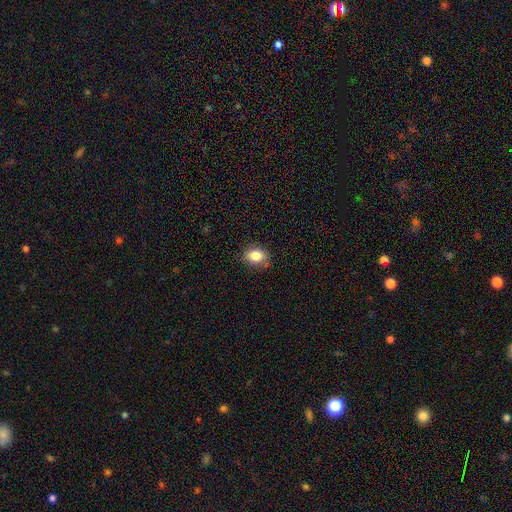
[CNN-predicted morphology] Smooth or featured?
  - smooth: 81% *
  - star or artifact: 10%
  - featured or disk: 9%
How rounded?
  - in between: 63% *
  - round: 36%
  - cigar-shaped: 1%
Merging?
  - none: 79% *
  - minor disturbance: 16%
  - major disturbance: 3%
  - merger: 2%